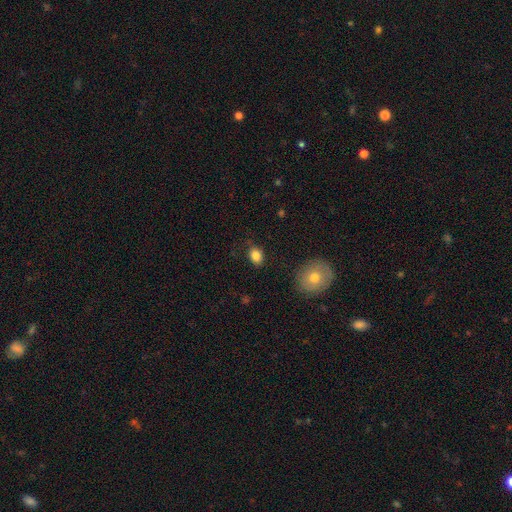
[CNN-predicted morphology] The model was most divided on "how rounded": in between: 61%, round: 37%, cigar-shaped: 1%. More confident: smooth or featured — smooth (84%); merging — none (83%).